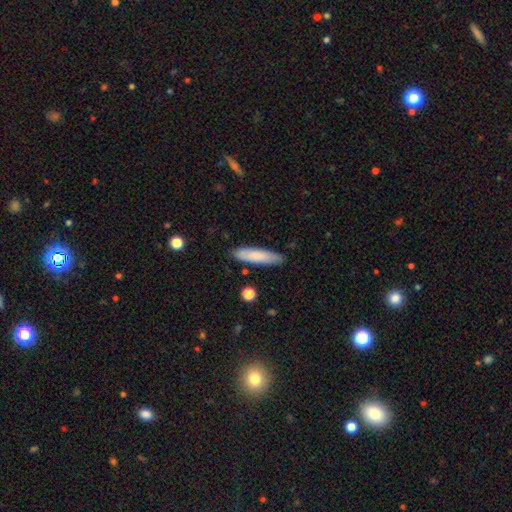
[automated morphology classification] Smooth or featured? Predicted: smooth (p=0.79). How rounded? Predicted: cigar-shaped (p=0.76). Merging? Predicted: none (p=0.85).